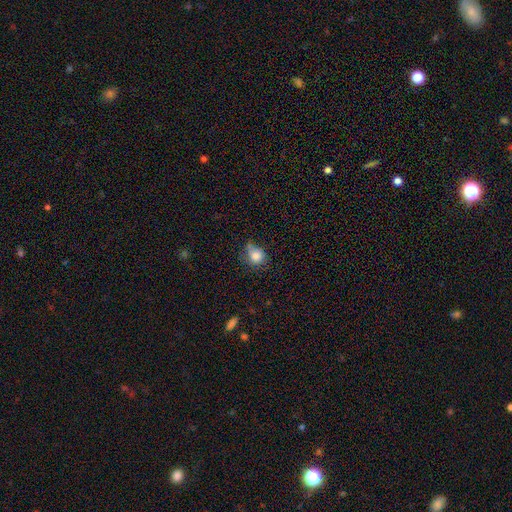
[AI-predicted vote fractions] Overall: smooth (80%). How rounded: round (68%; in between 31%). Merging: none (47%; minor disturbance 35%).